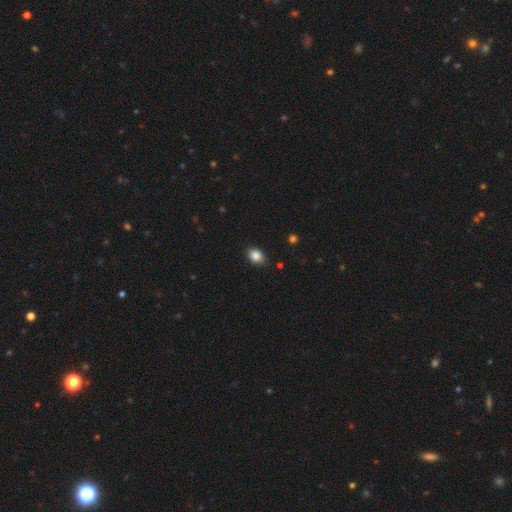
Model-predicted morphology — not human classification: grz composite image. It shows a smooth galaxy with no disk features (86%) that is in between round and cigar-shaped (71%). Merging: none (84%).